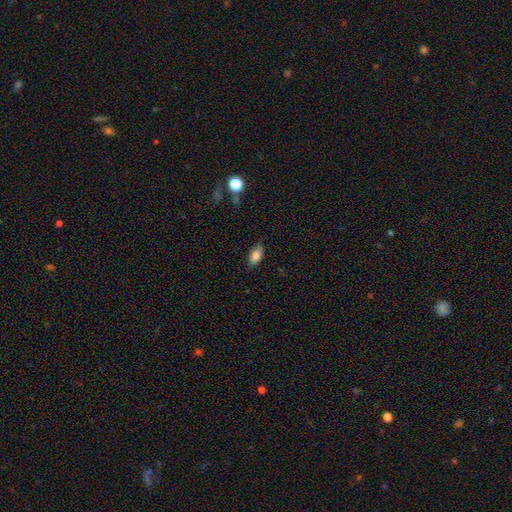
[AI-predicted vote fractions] Morphology: type=smooth (82%); roundness=in between (88%); merging=none (83%).